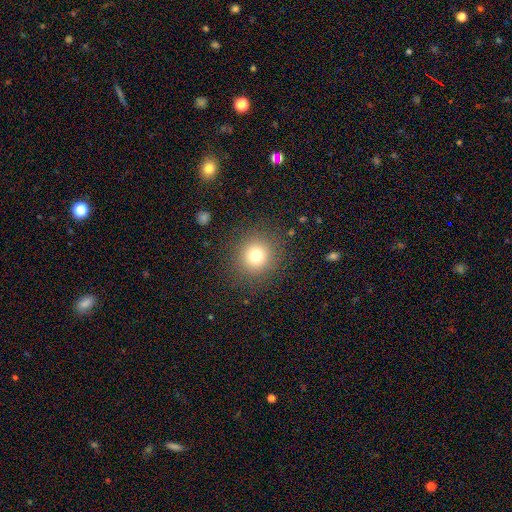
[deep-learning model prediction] A smooth galaxy with no disk features (75%) that is round (93%).

Vote fractions:
- Smooth or featured? smooth: 75% / star or artifact: 15% / featured or disk: 10%
- How rounded? round: 93% / in between: 7% / cigar-shaped: 1%
- Merging? none: 88% / minor disturbance: 7% / major disturbance: 4% / merger: 1%